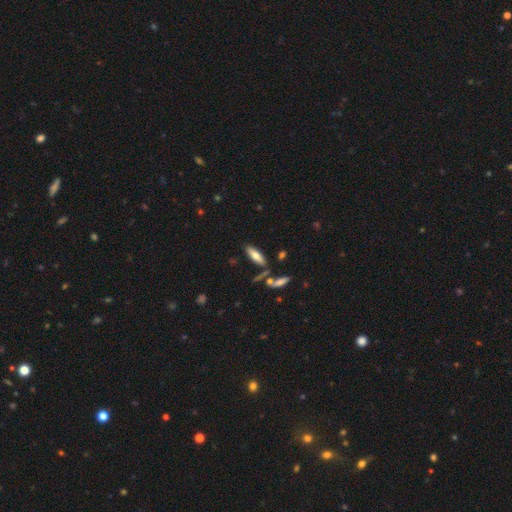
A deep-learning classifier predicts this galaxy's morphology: The model was most divided on "how rounded": in between: 52%, cigar-shaped: 46%, round: 2%. More confident: merging — none (71%); smooth or featured — smooth (67%).